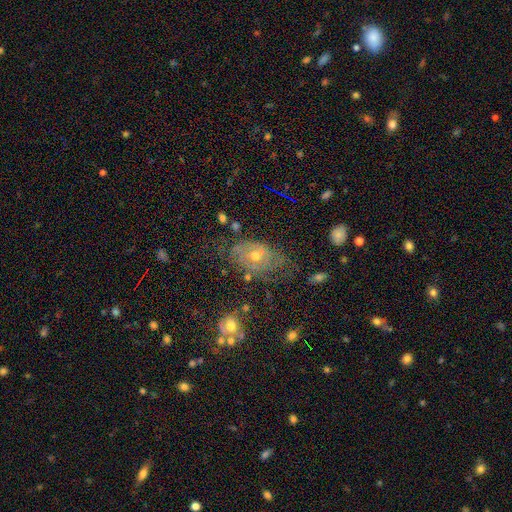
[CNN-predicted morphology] Smooth or featured?
  - featured or disk: 63% *
  - smooth: 24%
  - star or artifact: 13%
Edge-on disk?
  - no: 93% *
  - yes: 7%
Bar?
  - no: 78% *
  - weak: 18%
  - strong: 4%
Spiral arms?
  - yes: 67% *
  - no: 33%
Bulge size?
  - moderate: 61% *
  - small: 34%
  - large: 2%
  - none: 1%
  - dominant: 1%
Merging?
  - none: 54% *
  - minor disturbance: 26%
  - major disturbance: 16%
  - merger: 3%